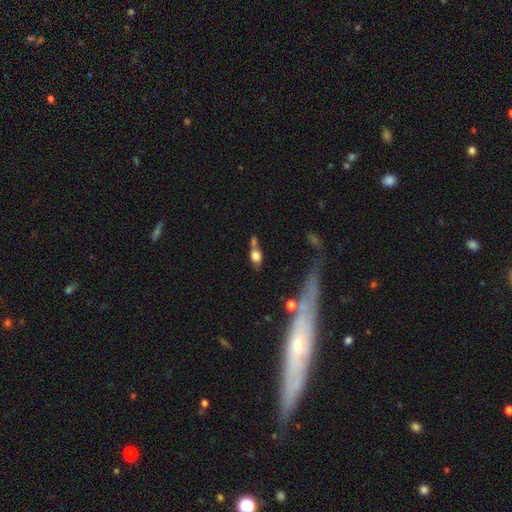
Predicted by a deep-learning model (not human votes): smooth 66%, featured or disk 23%, star or artifact 11%. Down the decision tree: how rounded — in between (66%); merging — none (36%).